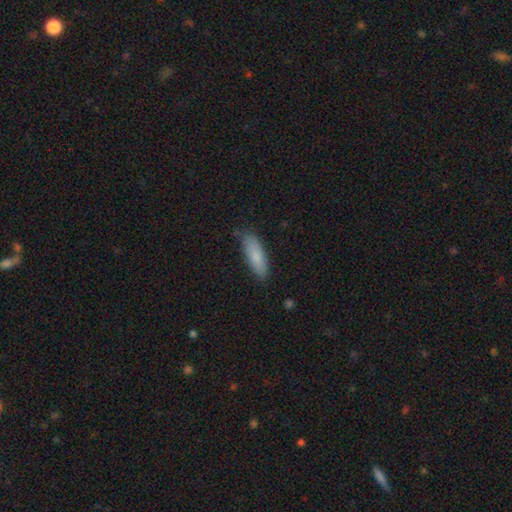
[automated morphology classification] This appears to be a smooth galaxy with no disk features (84%) that is in between round and cigar-shaped (53%). Merging: none (79%).